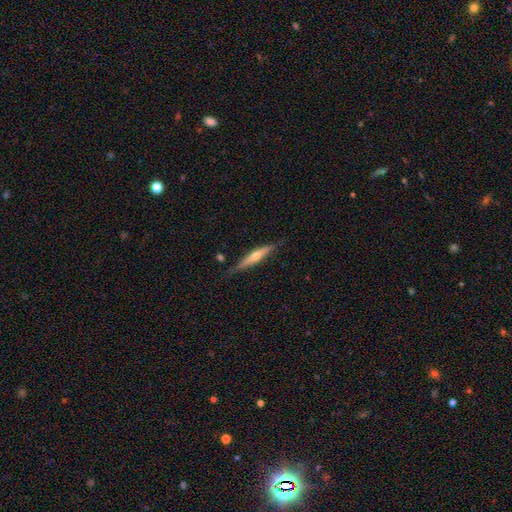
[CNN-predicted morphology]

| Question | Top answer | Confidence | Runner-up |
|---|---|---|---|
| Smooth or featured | featured or disk | 68% | smooth (26%) |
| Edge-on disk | yes | 97% | no (3%) |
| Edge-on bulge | rounded | 87% | none (8%) |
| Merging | none | 83% | minor disturbance (13%) |